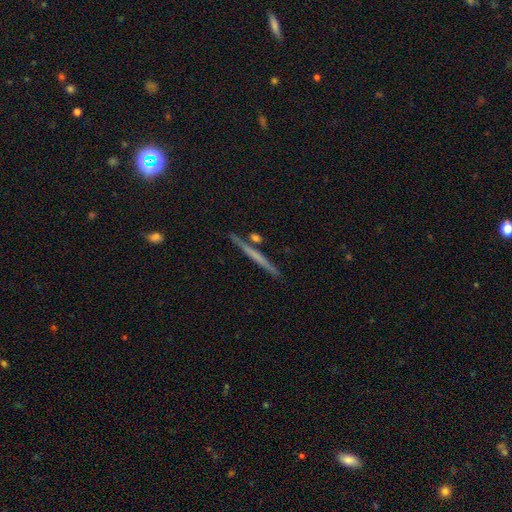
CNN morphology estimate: A featured or disk galaxy (51%) viewed edge-on (97%). Merging: none (86%).